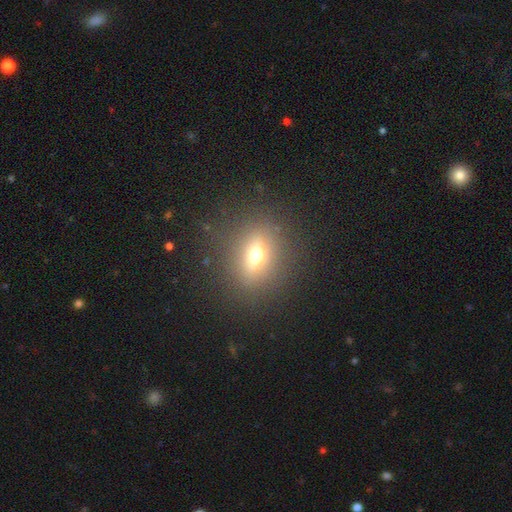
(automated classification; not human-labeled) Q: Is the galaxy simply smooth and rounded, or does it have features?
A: smooth — 53%.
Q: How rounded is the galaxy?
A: in between — 48%.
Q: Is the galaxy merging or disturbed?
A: none — 85%.